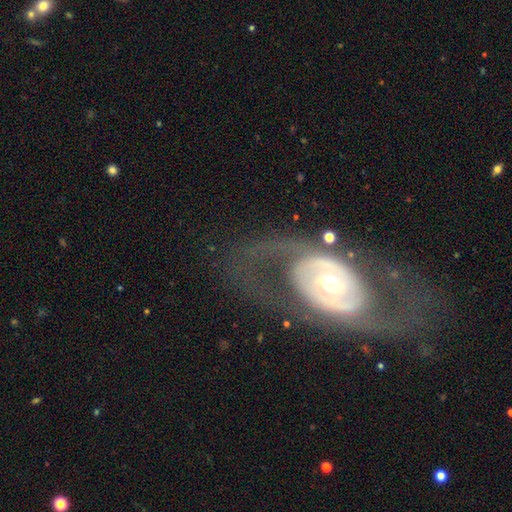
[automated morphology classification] Smooth or featured? featured or disk (81%)
Edge-on disk? no (93%)
Bar? no (48%)
Spiral arms? yes (65%)
Bulge size? moderate (60%)
Merging? none (68%)